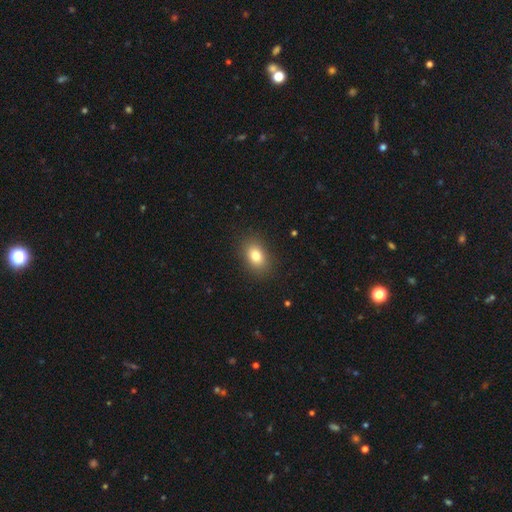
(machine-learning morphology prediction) Overall: smooth (80%). How rounded: in between (76%). Merging: none (88%).